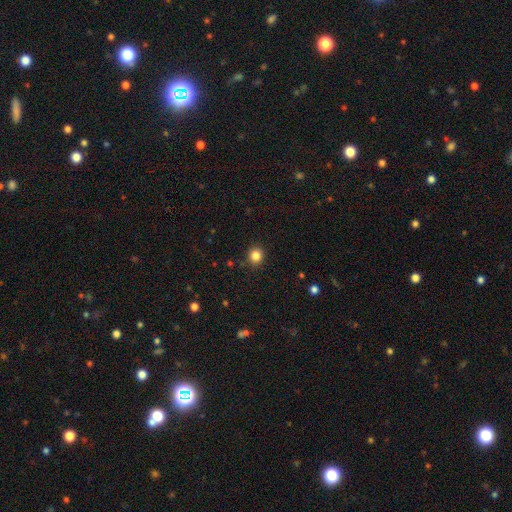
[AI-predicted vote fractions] This appears to be a smooth galaxy with no disk features (84%) that is round (85%). Merging: none (89%).